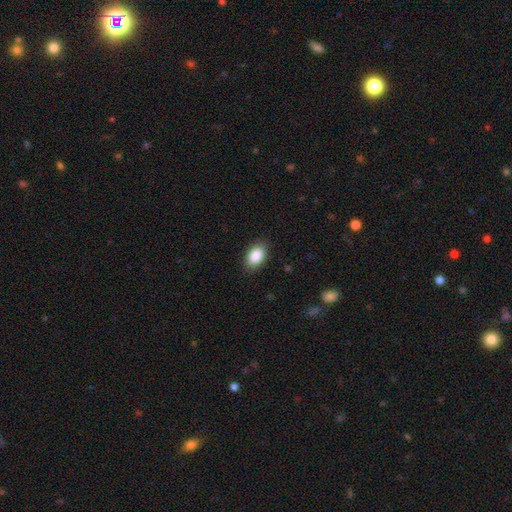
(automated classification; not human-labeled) smooth_or_featured: smooth (p=0.88) [alt: star or artifact p=0.07]
how_rounded: in between (p=0.90) [alt: round p=0.08]
merging: none (p=0.86) [alt: minor disturbance p=0.10]